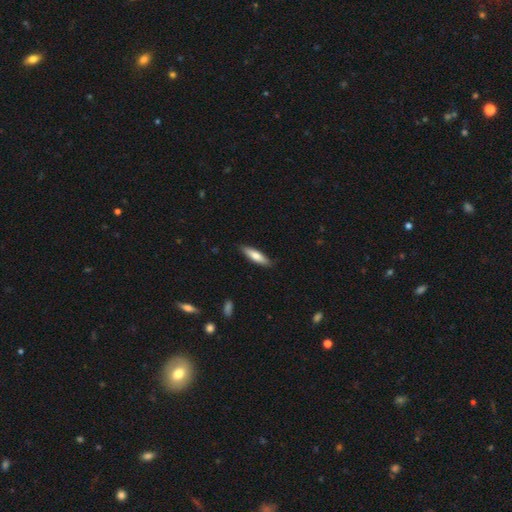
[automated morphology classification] smooth 71%, featured or disk 23%, star or artifact 5%. Down the decision tree: how rounded — cigar-shaped (67%); merging — none (87%).